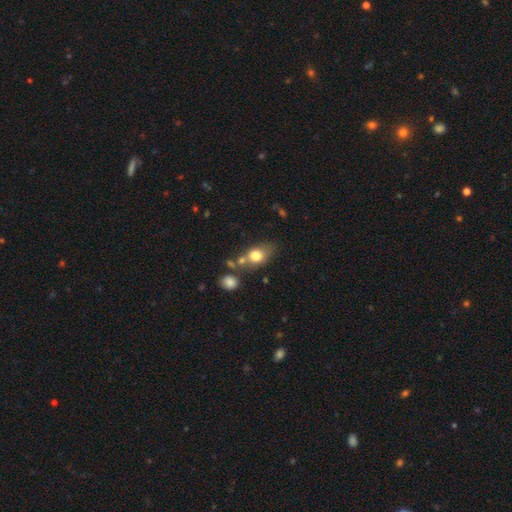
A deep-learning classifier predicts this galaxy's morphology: This is likely a smooth galaxy (77%). How rounded: likely in between (66%). Merging: possibly none (50%).